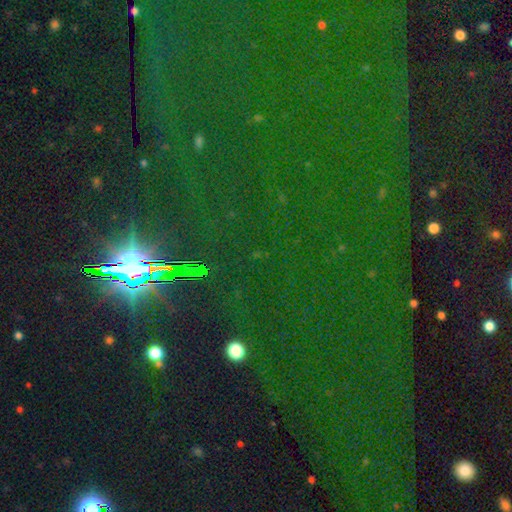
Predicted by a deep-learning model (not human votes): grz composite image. It shows a star or artifact, not a galaxy (85%).